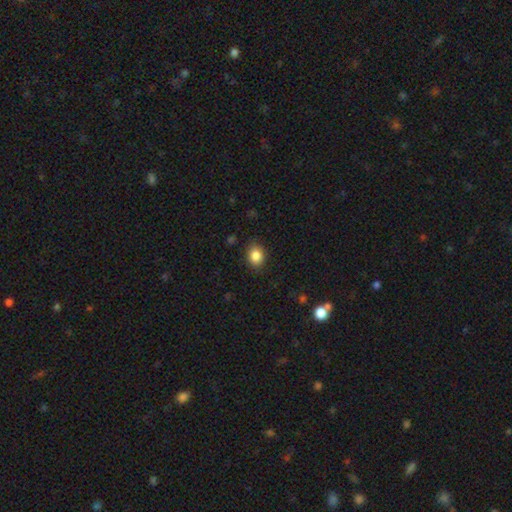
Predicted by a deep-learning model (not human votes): Smooth or featured? Predicted: smooth (p=0.86). How rounded? Predicted: in between (p=0.52). Merging? Predicted: none (p=0.86).